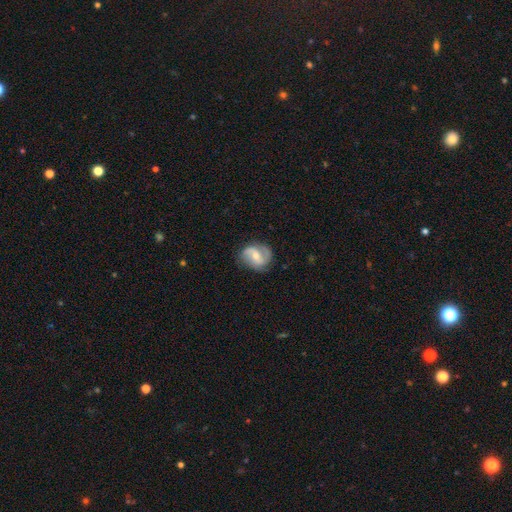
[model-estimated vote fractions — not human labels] Smooth or featured? featured or disk (76%)
Edge-on disk? no (97%)
Bar? weak (45%)
Spiral arms? yes (93%)
Spiral winding? medium (46%)
Spiral arm count? 2 (83%)
Bulge size? moderate (53%)
Merging? none (74%)